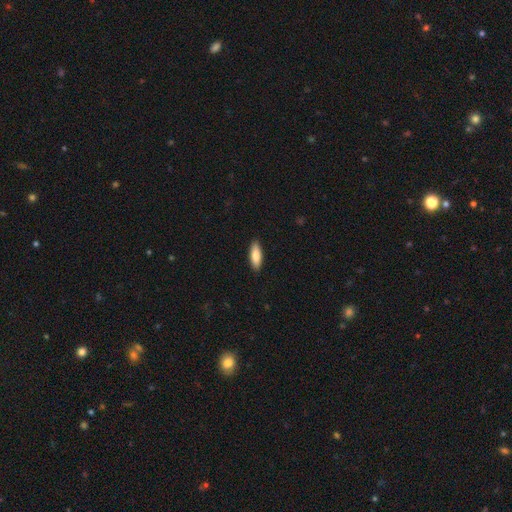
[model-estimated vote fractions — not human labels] smooth-or-featured: smooth: 83% | featured or disk: 11% | star or artifact: 6%
  how-rounded: in between: 59% | cigar-shaped: 39% | round: 2%
  merging: none: 90% | minor disturbance: 8% | major disturbance: 2% | merger: 1%